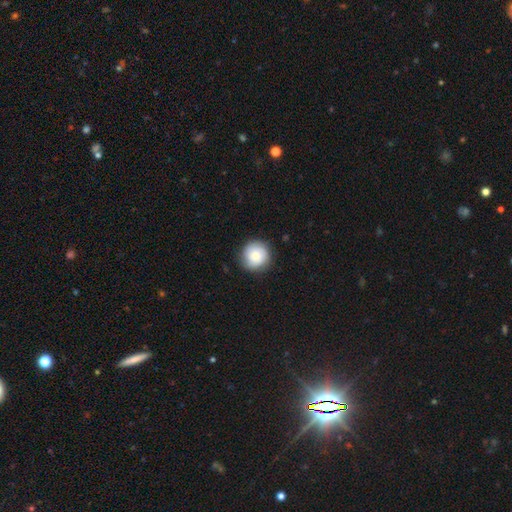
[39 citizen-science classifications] This appears to be a smooth galaxy with no disk features (62%) that is round (92%). Merging: none (70%).